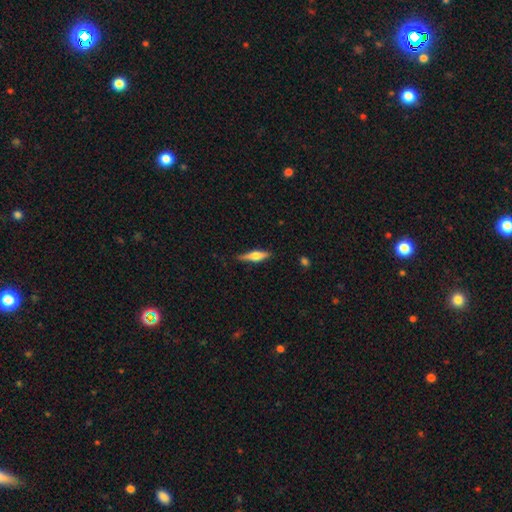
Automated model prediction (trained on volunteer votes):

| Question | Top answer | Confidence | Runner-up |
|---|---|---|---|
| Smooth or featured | smooth | 48% | featured or disk (46%) |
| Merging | none | 83% | minor disturbance (13%) |